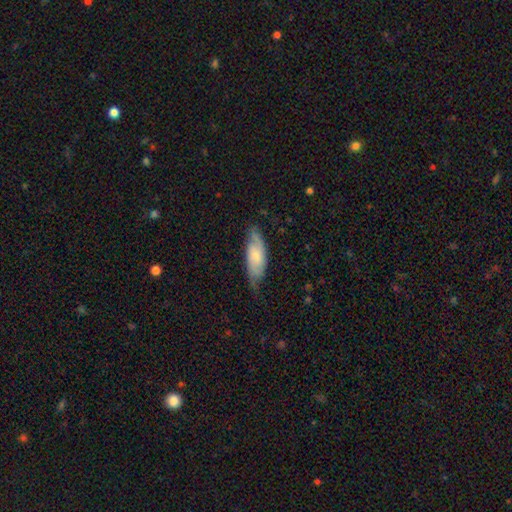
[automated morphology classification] type=smooth (48%); merging=none (64%).